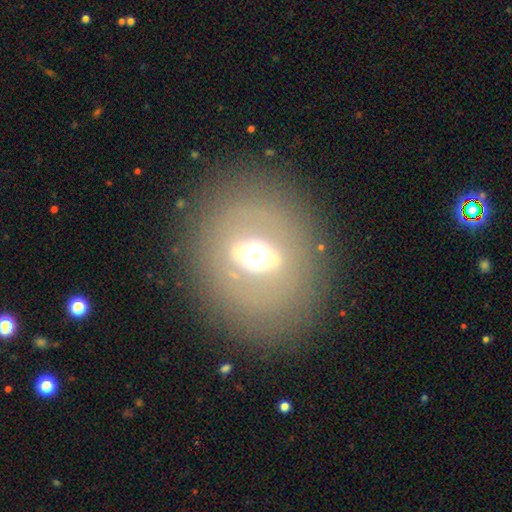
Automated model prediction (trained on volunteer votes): A featured or disk galaxy (54%). Merging: none (82%).